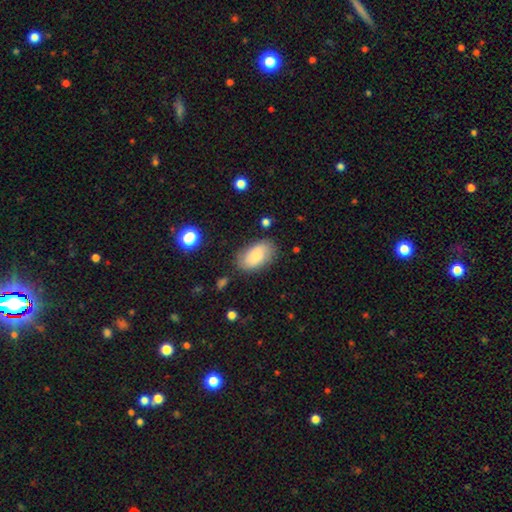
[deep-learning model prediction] Smooth or featured? Predicted: smooth (p=0.75). How rounded? Predicted: in between (p=0.92). Merging? Predicted: none (p=0.76).